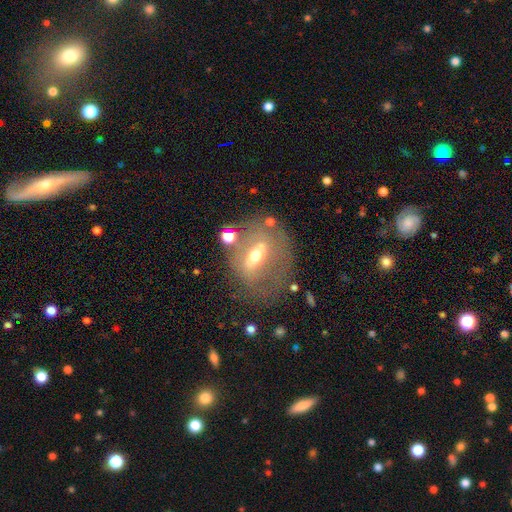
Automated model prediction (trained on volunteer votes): featured or disk 62%, smooth 27%, star or artifact 11%. Down the decision tree: edge-on disk — no (82%); bar — strong (47%); spiral arms — no (79%); bulge size — moderate (66%); merging — none (59%).